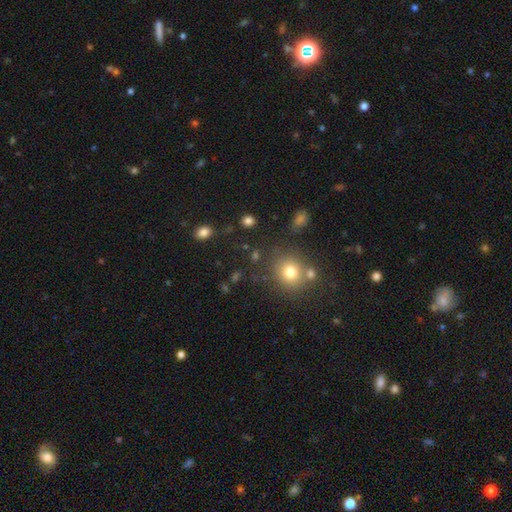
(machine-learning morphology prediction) Smooth or featured: smooth — 67% (star or artifact — 24%)
How rounded: round — 80% (in between — 19%)
Merging: none — 75% (minor disturbance — 10%)